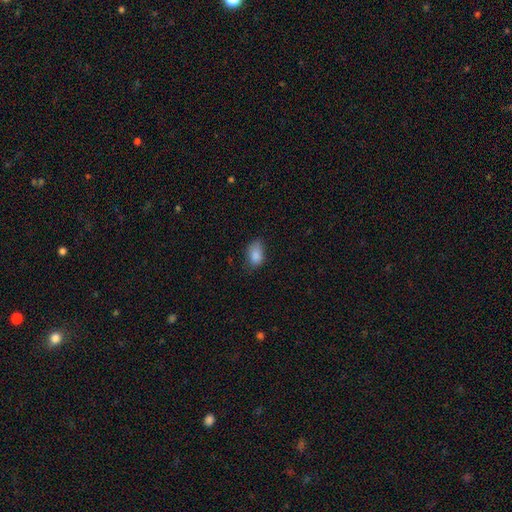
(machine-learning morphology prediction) Smooth or featured: smooth — 86% (star or artifact — 9%)
How rounded: in between — 87% (round — 11%)
Merging: none — 59% (minor disturbance — 32%)